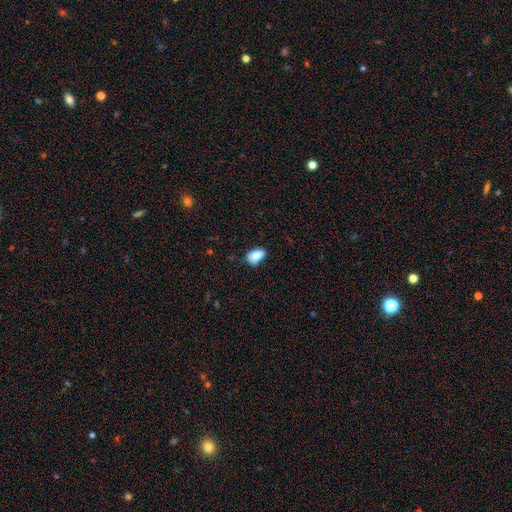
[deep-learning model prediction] A smooth galaxy with no disk features (79%) that is in between round and cigar-shaped (83%). Merging: none (61%).